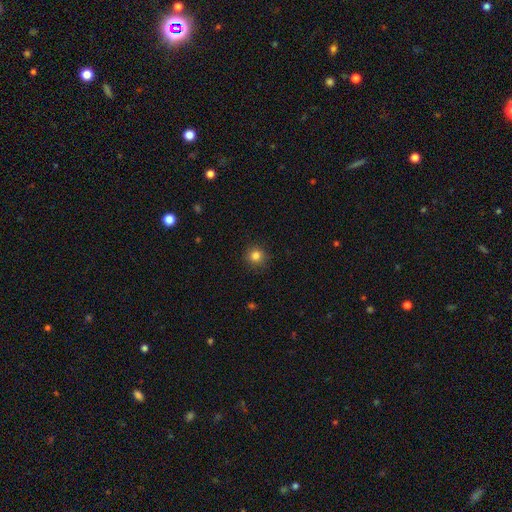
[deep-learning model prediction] A smooth galaxy with no disk features (83%) that is round (93%). Merging: none (89%).